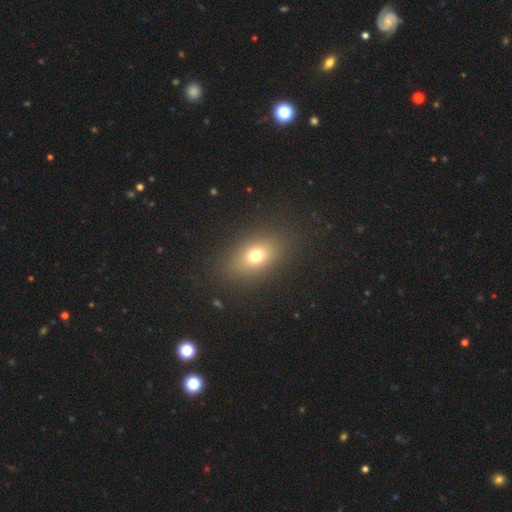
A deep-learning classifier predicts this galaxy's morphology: Q: Smooth or featured?
A: smooth (71%); runner-up: star or artifact (15%)
Q: How rounded?
A: in between (75%); runner-up: round (22%)
Q: Merging?
A: none (86%); runner-up: minor disturbance (8%)